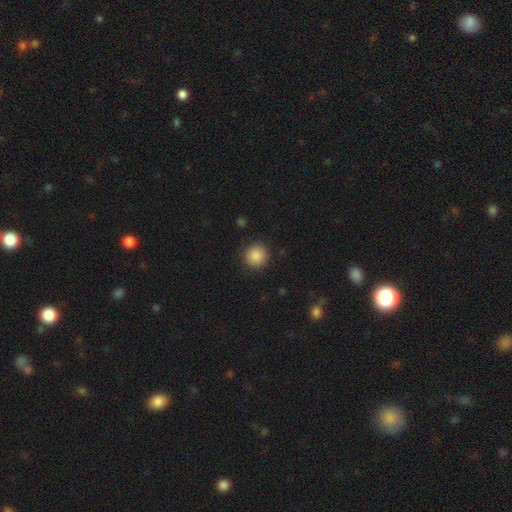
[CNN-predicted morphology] This appears to be a smooth galaxy with no disk features (87%) that is round (93%). Merging: none (89%).